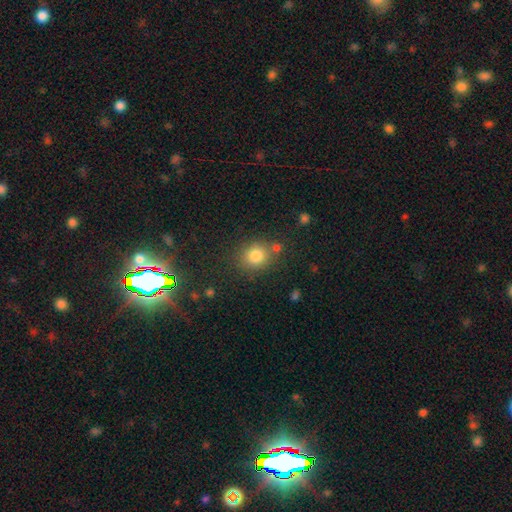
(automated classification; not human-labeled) Overall: smooth (82%). How rounded: round (73%). Merging: none (73%).